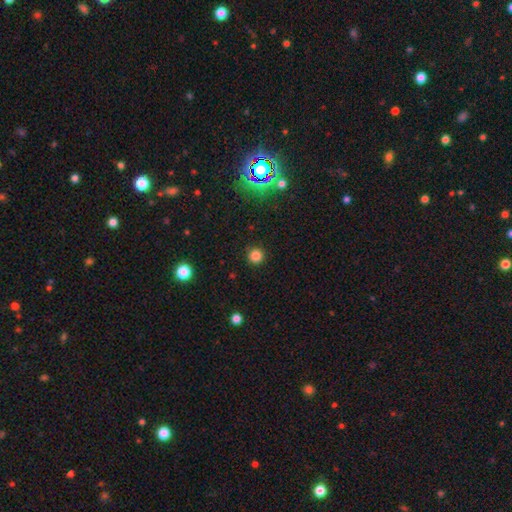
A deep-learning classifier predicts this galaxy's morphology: Smooth or featured? Predicted: smooth (p=0.82). How rounded? Predicted: round (p=0.95). Merging? Predicted: none (p=0.91).